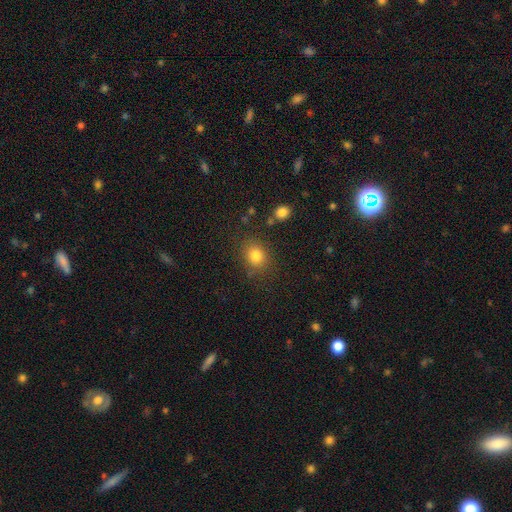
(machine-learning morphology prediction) smooth_or_featured: smooth (p=0.82) [alt: star or artifact p=0.12]
how_rounded: round (p=0.57) [alt: in between p=0.42]
merging: none (p=0.80) [alt: minor disturbance p=0.12]